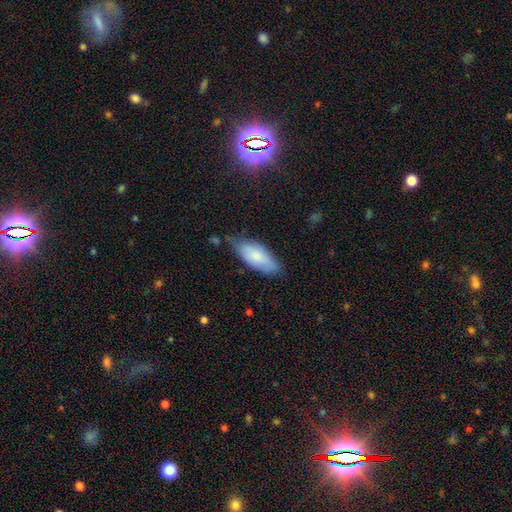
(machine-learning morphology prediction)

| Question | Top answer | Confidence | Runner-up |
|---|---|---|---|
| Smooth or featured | smooth | 77% | featured or disk (15%) |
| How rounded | in between | 80% | cigar-shaped (18%) |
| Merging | none | 69% | minor disturbance (25%) |